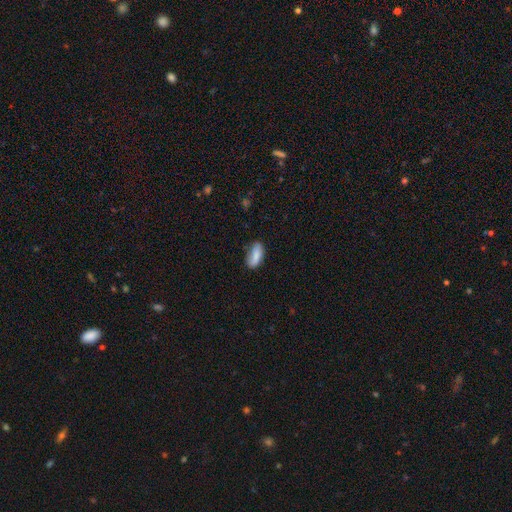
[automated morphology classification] The model was most divided on "merging": none: 66%, minor disturbance: 26%, major disturbance: 6%, merger: 2%. More confident: how rounded — in between (83%); smooth or featured — smooth (82%).